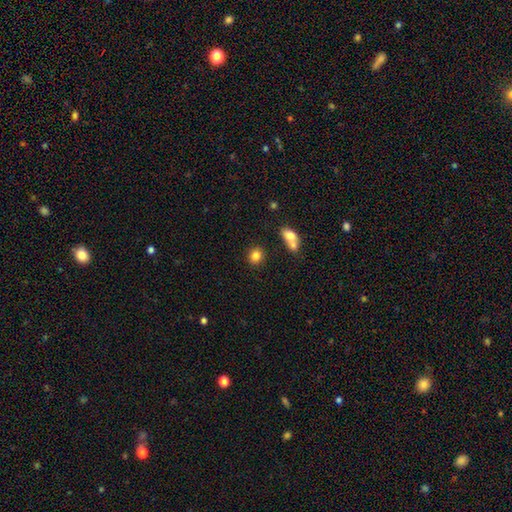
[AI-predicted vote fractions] Smooth or featured: smooth — 83% (star or artifact — 10%)
How rounded: round — 78% (in between — 21%)
Merging: none — 79% (minor disturbance — 9%)